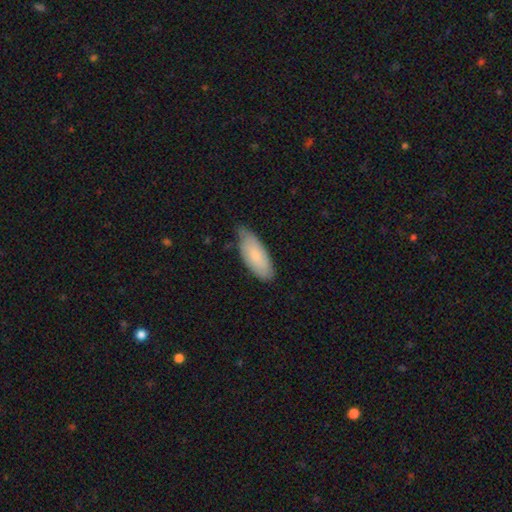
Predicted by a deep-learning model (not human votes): This appears to be a smooth galaxy with no disk features (76%) that is in between round and cigar-shaped (82%). Merging: none (62%).